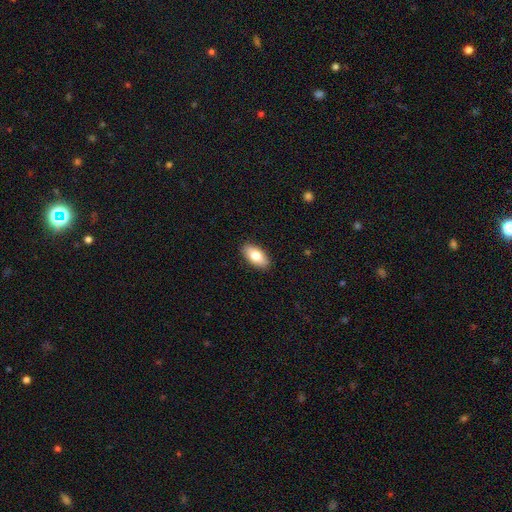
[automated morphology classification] A smooth galaxy with no disk features (81%) that is in between round and cigar-shaped (93%).

Vote fractions:
- Smooth or featured? smooth: 81% / featured or disk: 13% / star or artifact: 6%
- How rounded? in between: 93% / cigar-shaped: 4% / round: 3%
- Merging? none: 90% / minor disturbance: 8% / major disturbance: 2% / merger: 1%